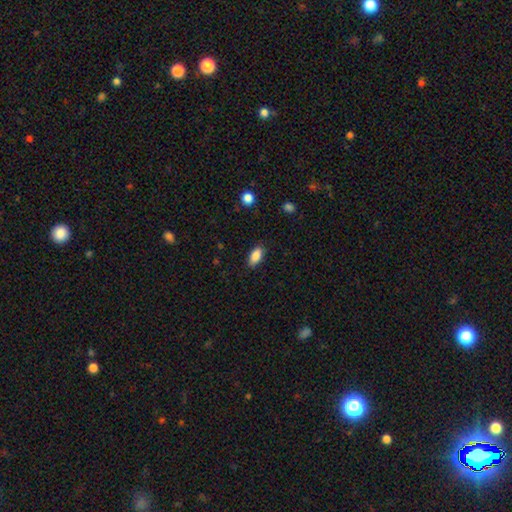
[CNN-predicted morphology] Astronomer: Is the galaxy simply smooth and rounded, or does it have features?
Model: smooth — 88%.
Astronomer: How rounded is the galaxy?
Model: in between — 89%.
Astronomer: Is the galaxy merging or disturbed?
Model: none — 84%.